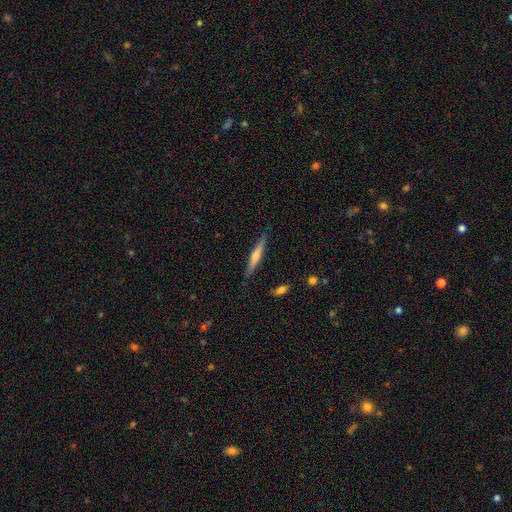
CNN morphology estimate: Smooth or featured?
  - featured or disk: 52% *
  - smooth: 42%
  - star or artifact: 6%
Edge-on disk?
  - yes: 96% *
  - no: 4%
Merging?
  - none: 87% *
  - minor disturbance: 10%
  - major disturbance: 2%
  - merger: 1%